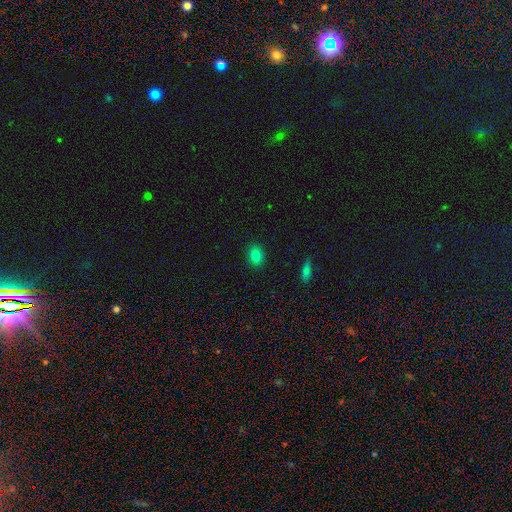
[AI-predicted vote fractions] smooth 83%, star or artifact 12%, featured or disk 5%. Down the decision tree: how rounded — in between (66%); merging — none (89%).